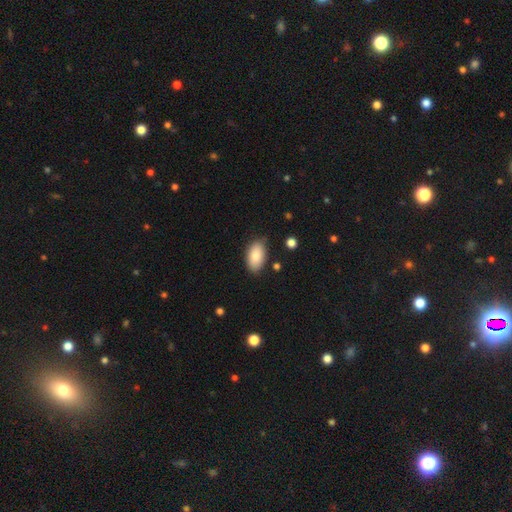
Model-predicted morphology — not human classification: A smooth galaxy with no disk features (84%) that is in between round and cigar-shaped (94%). Merging: none (83%).